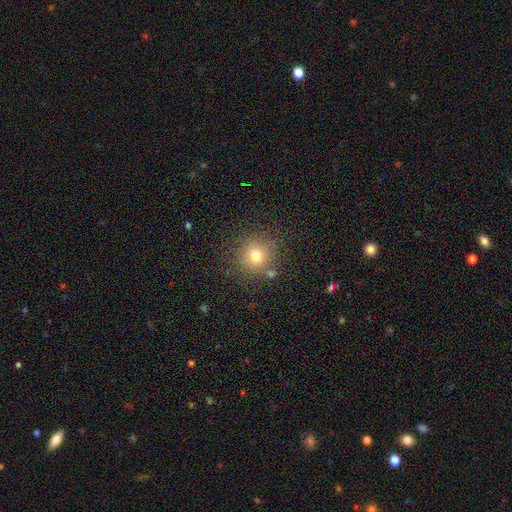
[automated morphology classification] A smooth galaxy with no disk features (73%) that is round (92%).

Vote fractions:
- Smooth or featured? smooth: 73% / star or artifact: 17% / featured or disk: 11%
- How rounded? round: 92% / in between: 7% / cigar-shaped: 1%
- Merging? none: 80% / minor disturbance: 10% / merger: 6% / major disturbance: 4%